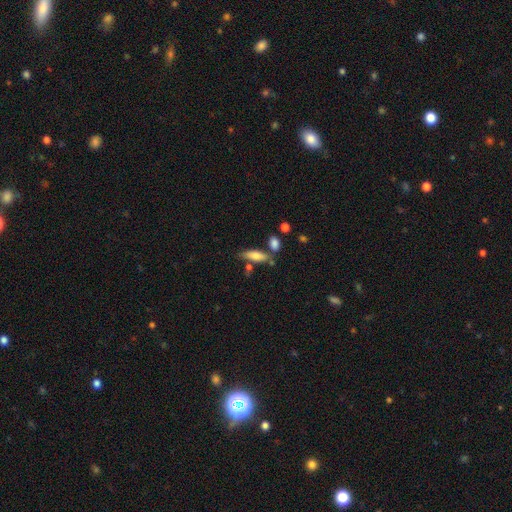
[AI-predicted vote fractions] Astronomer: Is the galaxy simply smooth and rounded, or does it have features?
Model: smooth — 74%.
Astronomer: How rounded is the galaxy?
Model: in between — 56% (runner-up: cigar-shaped, 41%).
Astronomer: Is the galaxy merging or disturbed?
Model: none — 60%.